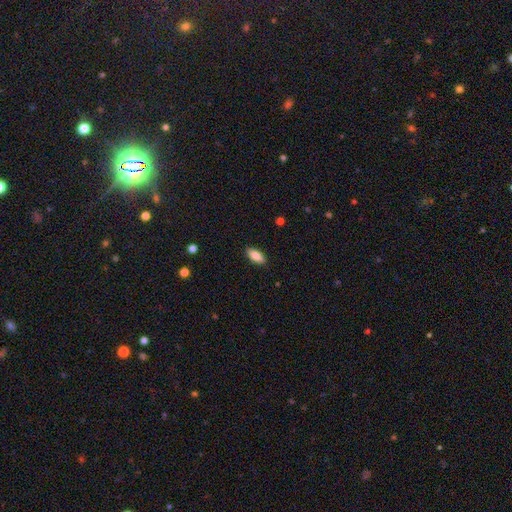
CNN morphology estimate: A smooth galaxy with no disk features (82%) that is in between round and cigar-shaped (83%).

Vote fractions:
- Smooth or featured? smooth: 82% / featured or disk: 12% / star or artifact: 7%
- How rounded? in between: 83% / cigar-shaped: 14% / round: 3%
- Merging? none: 89% / minor disturbance: 8% / major disturbance: 2% / merger: 1%